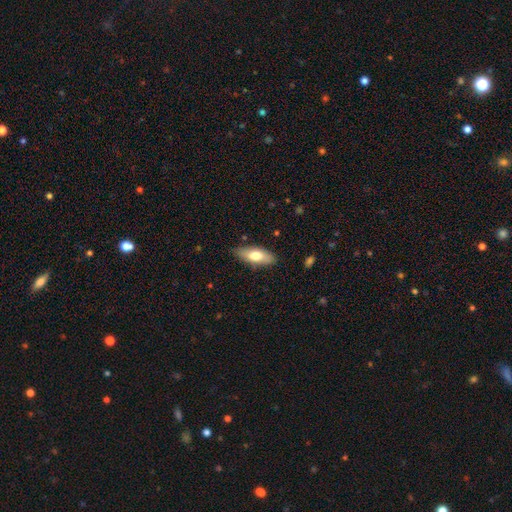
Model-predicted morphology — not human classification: Q: Smooth or featured?
A: smooth (71%); runner-up: featured or disk (23%)
Q: How rounded?
A: in between (72%); runner-up: cigar-shaped (26%)
Q: Merging?
A: none (83%); runner-up: minor disturbance (13%)